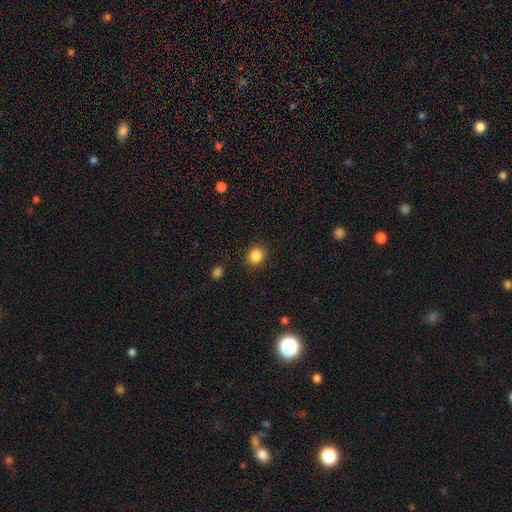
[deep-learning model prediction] Q: Smooth or featured?
A: smooth (85%); runner-up: star or artifact (11%)
Q: How rounded?
A: round (80%); runner-up: in between (19%)
Q: Merging?
A: none (89%); runner-up: minor disturbance (7%)